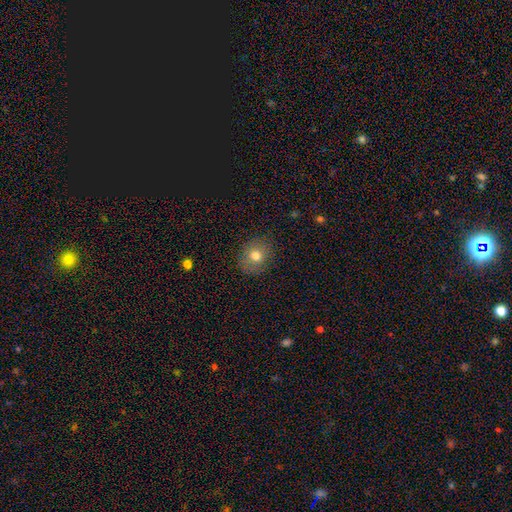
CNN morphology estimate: This appears to be a smooth galaxy with no disk features (76%) that is round (65%). Merging: none (84%).